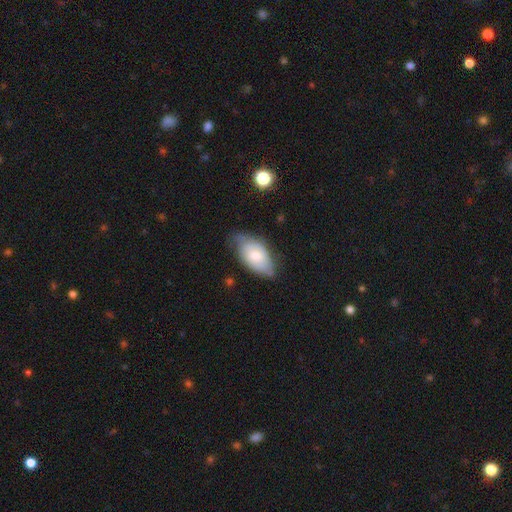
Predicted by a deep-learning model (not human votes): Smooth or featured: smooth — 58% (featured or disk — 36%)
How rounded: in between — 93% (round — 4%)
Merging: none — 54% (minor disturbance — 36%)